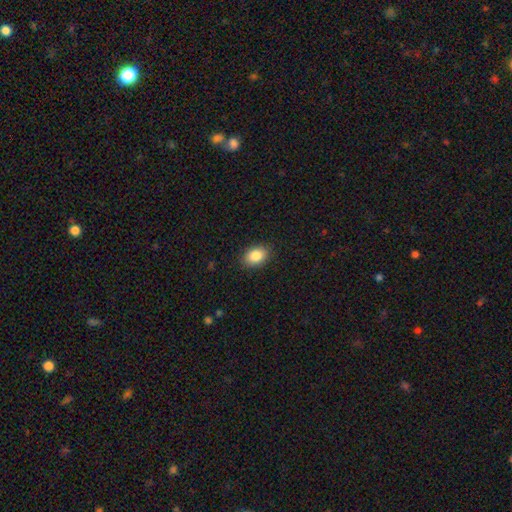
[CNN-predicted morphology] Overall: smooth (86%). How rounded: in between (80%). Merging: none (88%).